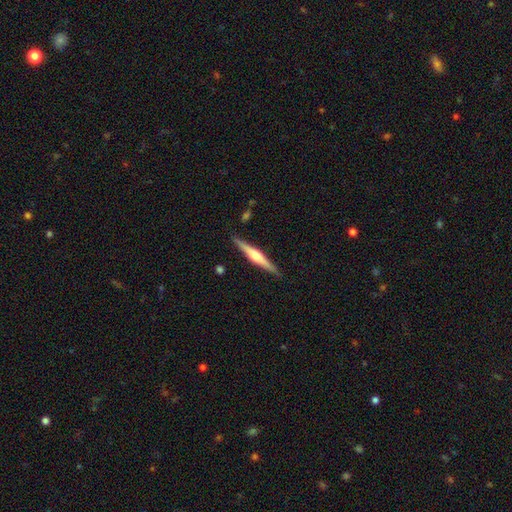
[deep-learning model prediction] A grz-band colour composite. It shows a featured or disk galaxy (73%) viewed edge-on (98%) with a rounded central bulge (81%). Merging: none (90%).